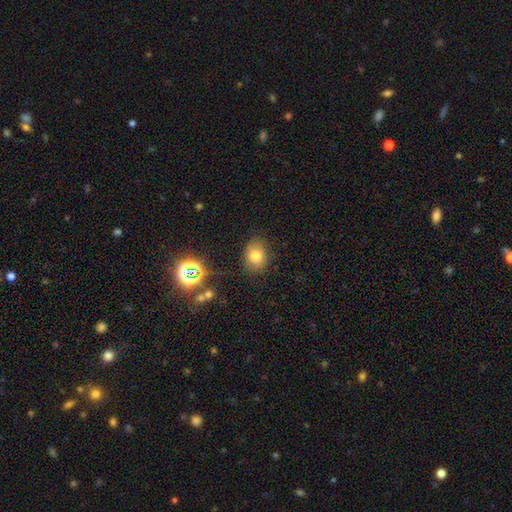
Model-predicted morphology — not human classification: Smooth or featured? smooth (75%)
How rounded? in between (59%)
Merging? none (79%)